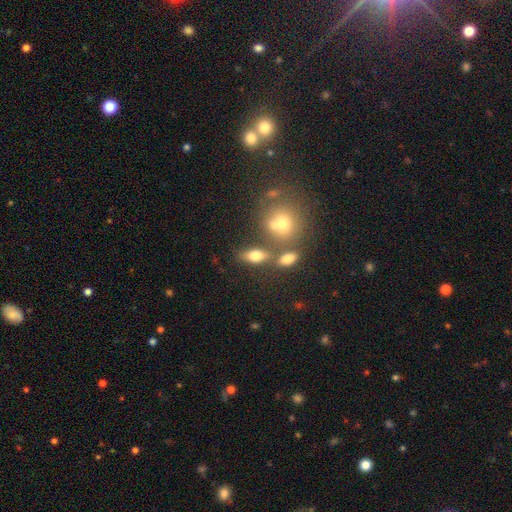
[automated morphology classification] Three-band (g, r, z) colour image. It shows a smooth galaxy with no disk features (71%) that is in between round and cigar-shaped (76%). Merging: none (60%).